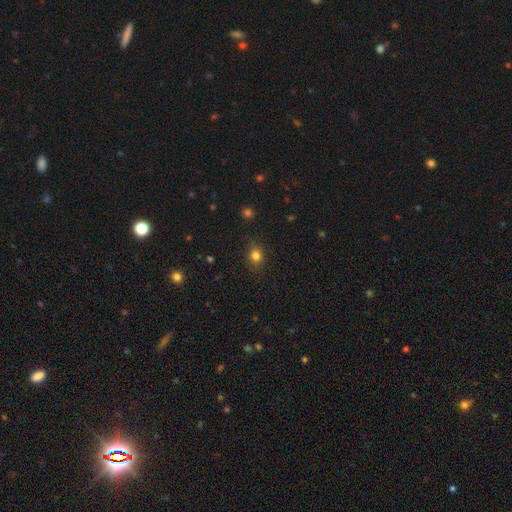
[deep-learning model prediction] Overall: smooth (81%). How rounded: round (67%; in between 32%). Merging: none (84%).